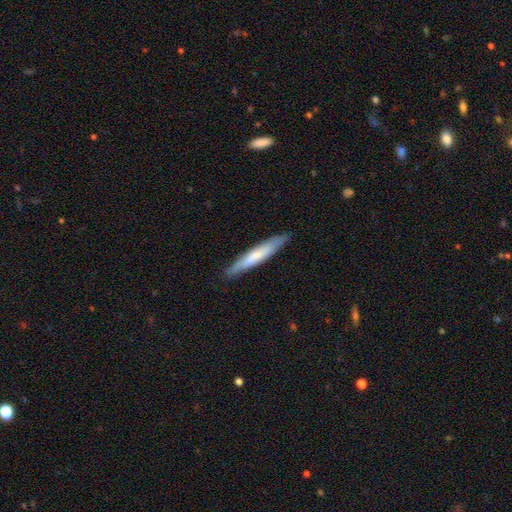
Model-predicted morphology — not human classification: Smooth or featured? smooth (63%)
How rounded? cigar-shaped (93%)
Merging? none (89%)